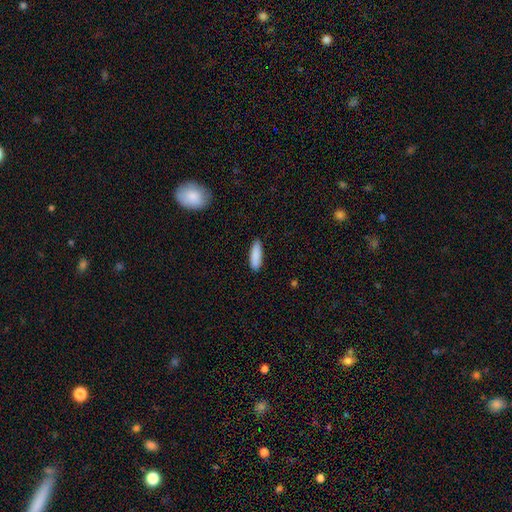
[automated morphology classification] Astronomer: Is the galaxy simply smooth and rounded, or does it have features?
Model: smooth — 89%.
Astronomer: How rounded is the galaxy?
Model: in between — 52% (runner-up: cigar-shaped, 46%).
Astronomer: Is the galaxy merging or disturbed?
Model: none — 87%.